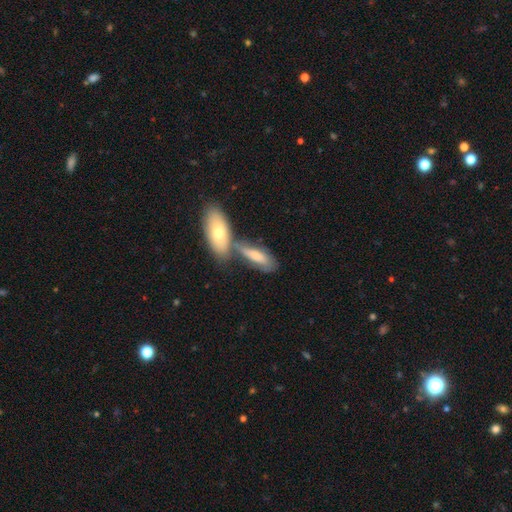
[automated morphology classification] Smooth or featured? Predicted: smooth (p=0.67). How rounded? Predicted: in between (p=0.63). Merging? Predicted: merger (p=0.41).